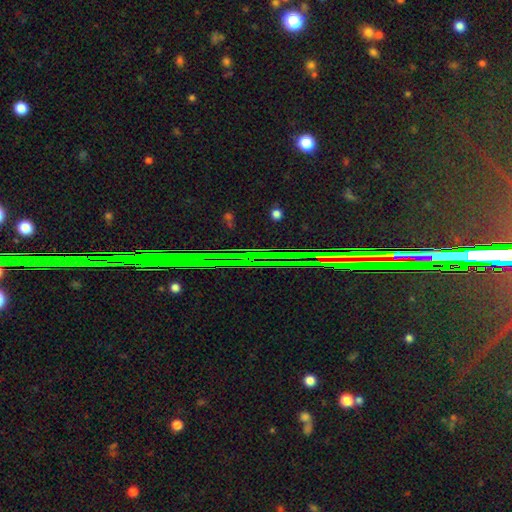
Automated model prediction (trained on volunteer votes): A star or artifact, not a galaxy (83%).